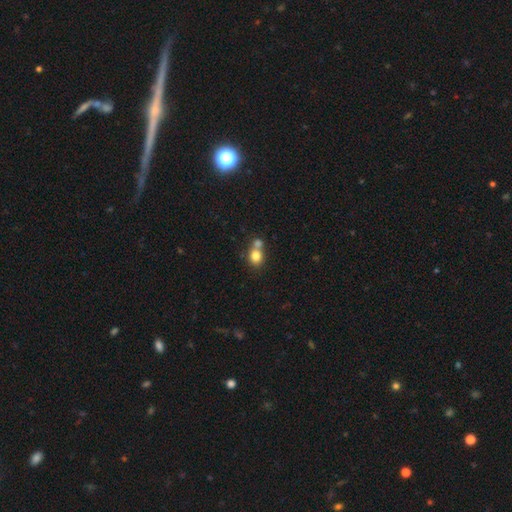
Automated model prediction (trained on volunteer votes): Morphology: type=smooth (80%); roundness=round (68%); merging=merger (47%).